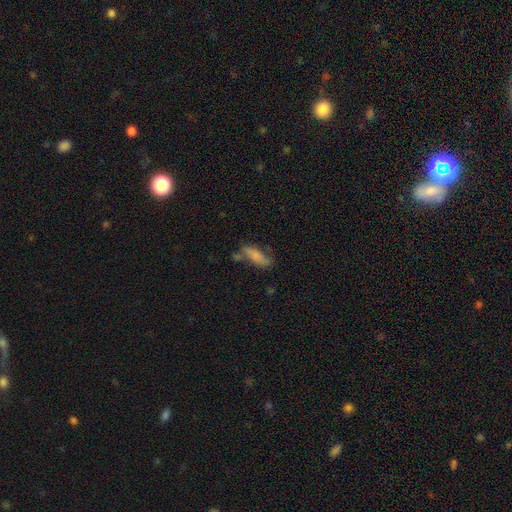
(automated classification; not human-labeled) Q: Smooth or featured?
A: smooth (73%); runner-up: featured or disk (19%)
Q: How rounded?
A: in between (63%); runner-up: cigar-shaped (34%)
Q: Merging?
A: none (50%); runner-up: minor disturbance (24%)